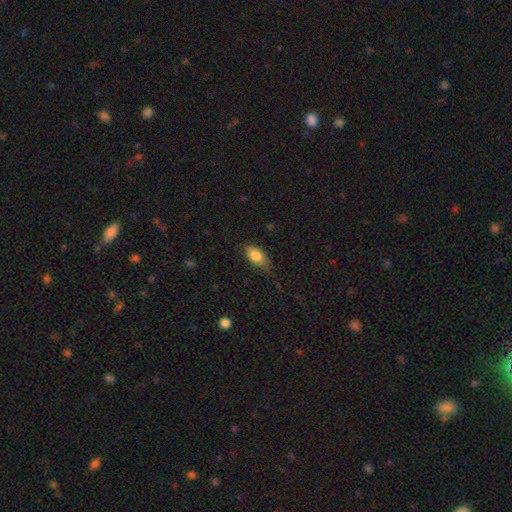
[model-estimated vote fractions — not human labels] smooth 82%, featured or disk 11%, star or artifact 7%. Down the decision tree: how rounded — in between (88%); merging — none (70%).